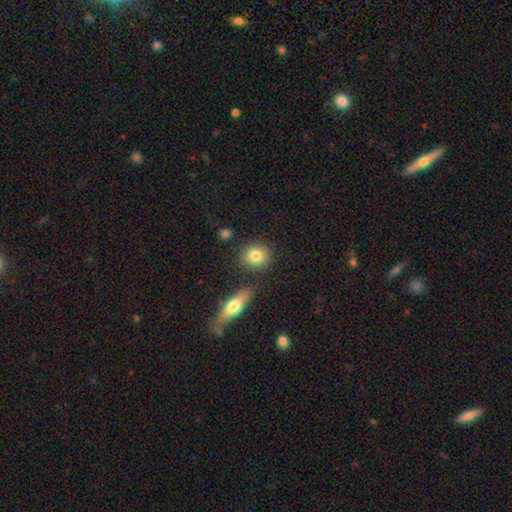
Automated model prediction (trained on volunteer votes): Smooth or featured? smooth (82%)
How rounded? round (78%)
Merging? none (81%)